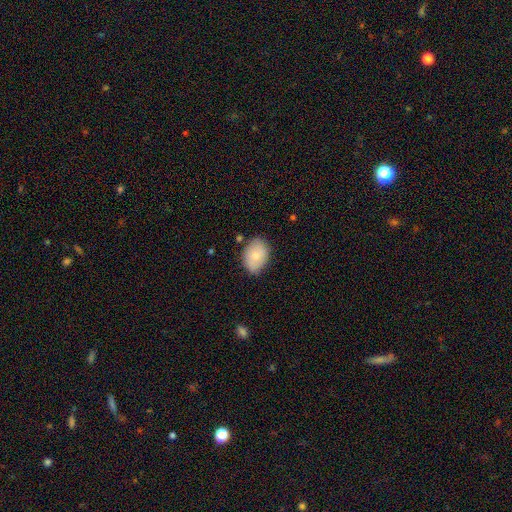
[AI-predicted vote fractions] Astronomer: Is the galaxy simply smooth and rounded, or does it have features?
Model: smooth — 76%.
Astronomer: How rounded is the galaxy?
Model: in between — 81%.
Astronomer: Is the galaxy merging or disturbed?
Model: none — 77%.